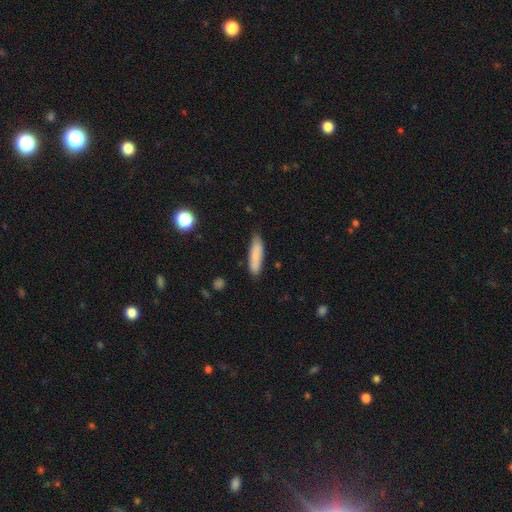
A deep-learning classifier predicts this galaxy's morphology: Smooth or featured: smooth — 83% (featured or disk — 11%)
How rounded: cigar-shaped — 70% (in between — 28%)
Merging: none — 82% (minor disturbance — 14%)